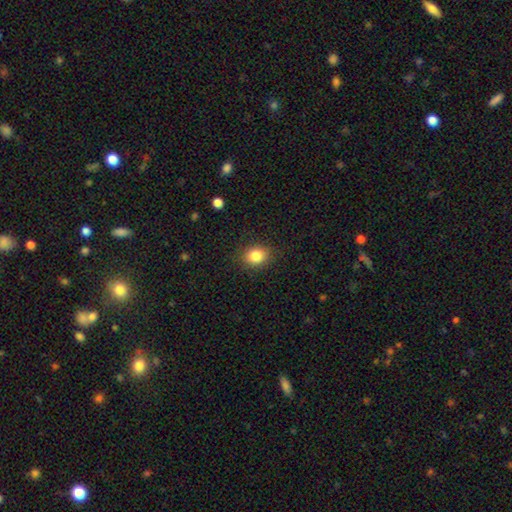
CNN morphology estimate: type=smooth (84%); roundness=round (57%); merging=none (86%).